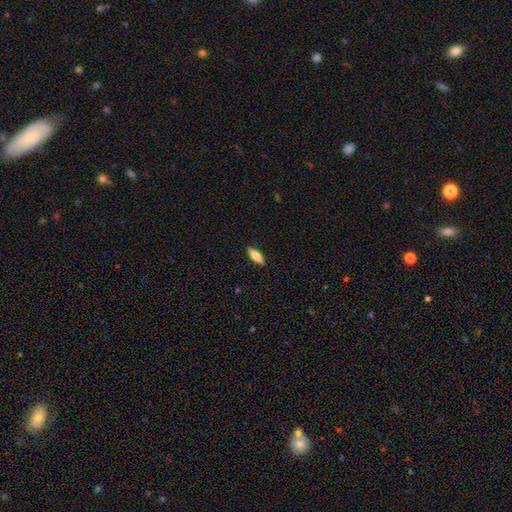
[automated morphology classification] This appears to be a smooth galaxy with no disk features (72%) that is in between round and cigar-shaped (62%). Merging: none (90%).